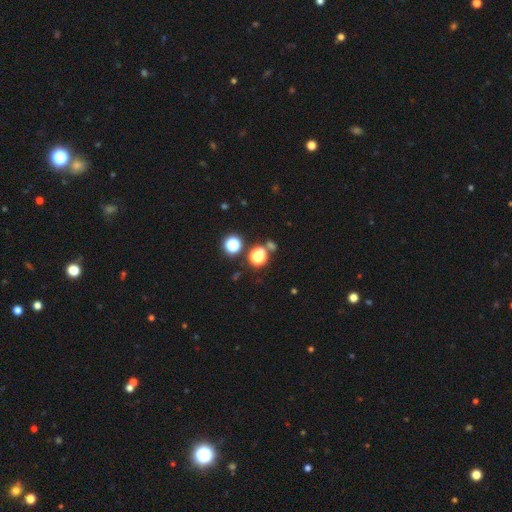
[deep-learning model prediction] This is possibly a smooth galaxy (52%). How rounded: likely round (80%). Merging: likely none (70%).